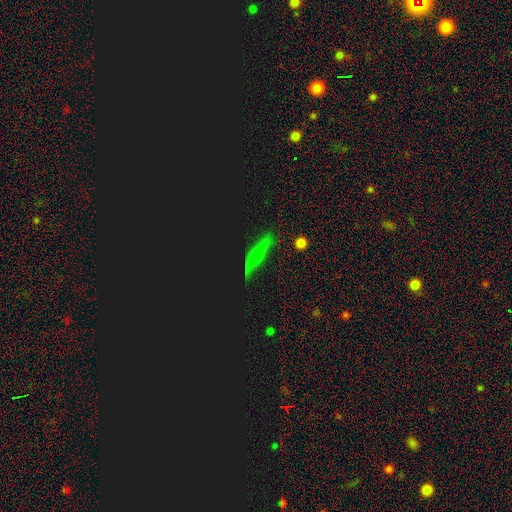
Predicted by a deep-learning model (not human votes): This appears to be a smooth galaxy with no disk features (40%). Merging: none (60%).